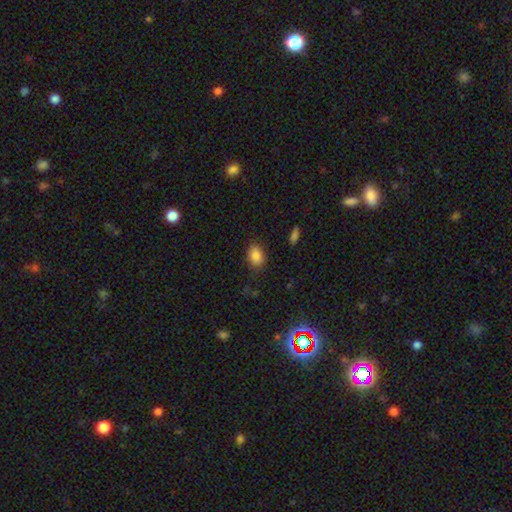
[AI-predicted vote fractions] This is clearly a smooth galaxy (86%). How rounded: likely in between (72%). Merging: likely none (79%).